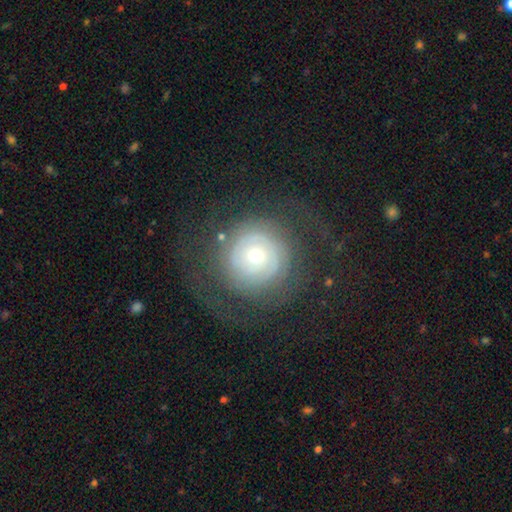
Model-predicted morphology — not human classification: The model was most divided on "bulge size": small: 47%, moderate: 46%, large: 5%, dominant: 2%, none: 1%. Remaining: edge-on disk — no (97%); spiral arms — yes (83%); bar — no (80%); smooth or featured — featured or disk (72%); spiral winding — tight (70%); merging — none (69%); spiral arm count — can't tell (37%).